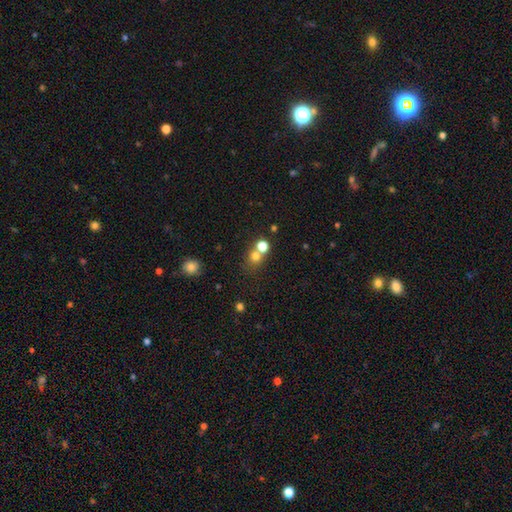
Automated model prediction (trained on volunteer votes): smooth-or-featured: smooth: 72% | star or artifact: 18% | featured or disk: 10%
  how-rounded: round: 81% | in between: 18% | cigar-shaped: 1%
  merging: none: 51% | merger: 38% | minor disturbance: 7% | major disturbance: 4%